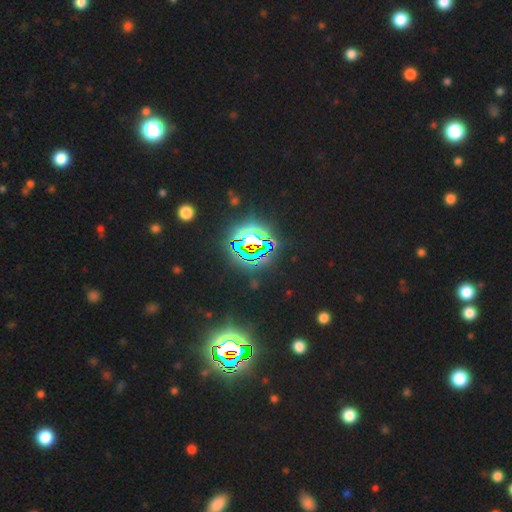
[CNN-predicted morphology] Smooth or featured? Predicted: star or artifact (p=0.83).